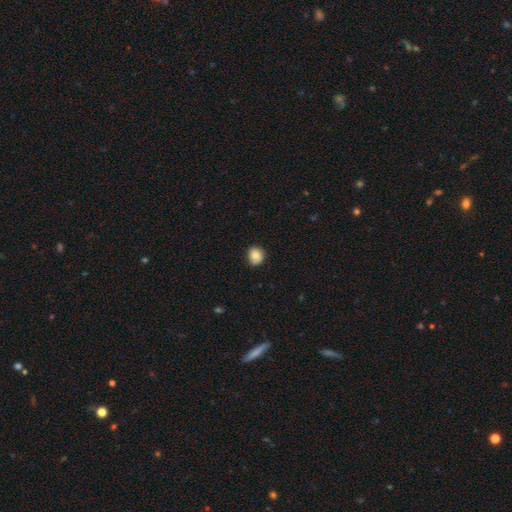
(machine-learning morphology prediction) smooth_or_featured: smooth (p=0.85) [alt: star or artifact p=0.09]
how_rounded: round (p=0.77) [alt: in between p=0.22]
merging: none (p=0.84) [alt: minor disturbance p=0.13]